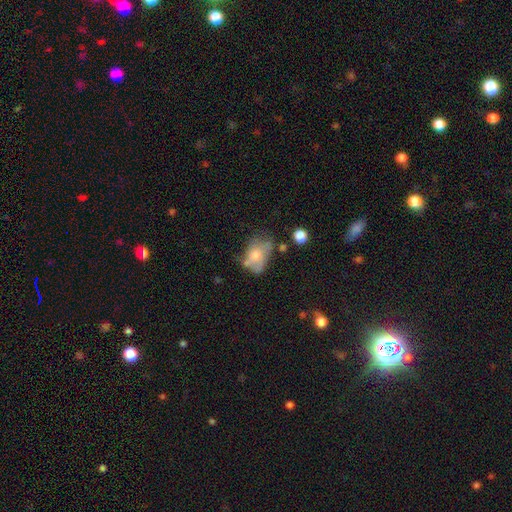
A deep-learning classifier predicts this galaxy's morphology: Smooth or featured?
  - smooth: 56% *
  - featured or disk: 35%
  - star or artifact: 9%
How rounded?
  - in between: 81% *
  - round: 18%
  - cigar-shaped: 2%
Merging?
  - minor disturbance: 29% * (tied)
  - none: 29% * (tied)
  - major disturbance: 26%
  - merger: 16%